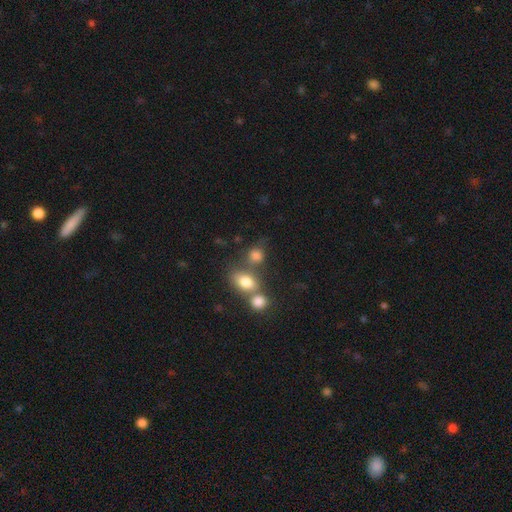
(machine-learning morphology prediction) Smooth or featured: smooth — 79% (star or artifact — 12%)
How rounded: round — 52% (in between — 47%)
Merging: none — 44% (merger — 36%)